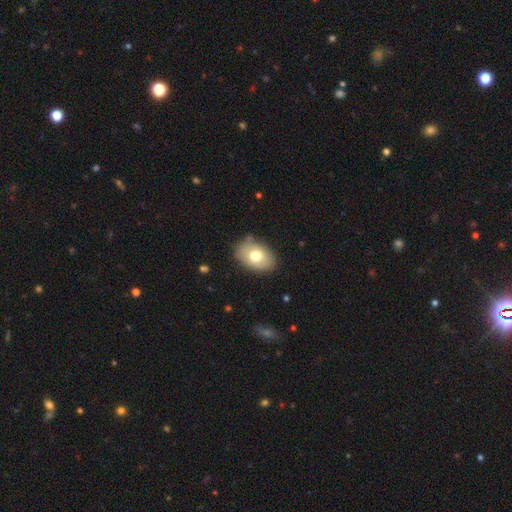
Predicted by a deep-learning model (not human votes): A smooth galaxy with no disk features (72%) that is in between round and cigar-shaped (84%). Merging: none (82%).